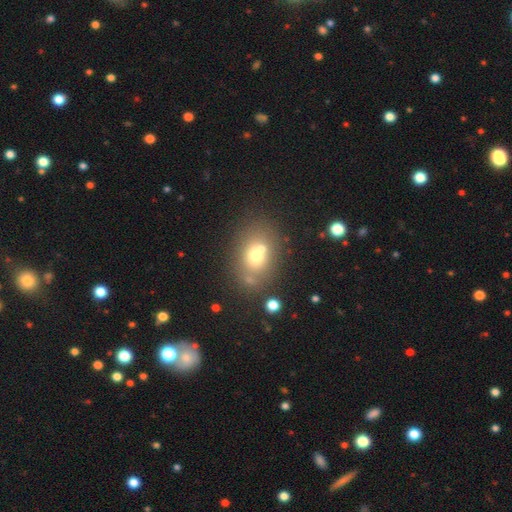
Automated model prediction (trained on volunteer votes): The model was most divided on "how rounded": in between: 59%, round: 40%, cigar-shaped: 1%. More confident: smooth or featured — smooth (63%); merging — none (54%).